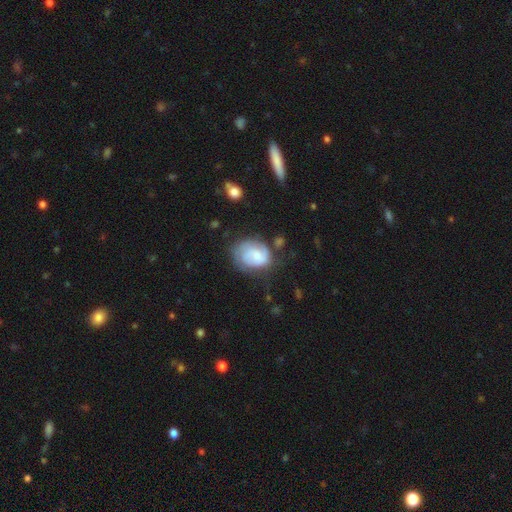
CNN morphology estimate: Q: Smooth or featured?
A: featured or disk (57%); runner-up: smooth (36%)
Q: Edge-on disk?
A: no (98%); runner-up: yes (2%)
Q: Bar?
A: no (60%); runner-up: weak (34%)
Q: Spiral arms?
A: yes (85%); runner-up: no (15%)
Q: Bulge size?
A: small (48%); runner-up: moderate (35%)
Q: Merging?
A: none (54%); runner-up: minor disturbance (27%)